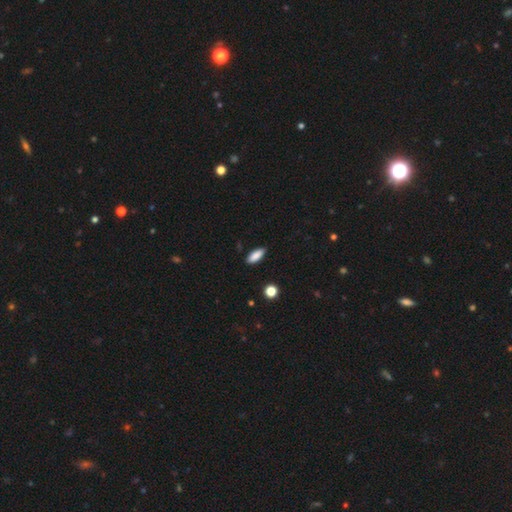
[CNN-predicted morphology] smooth-or-featured: smooth: 88% | star or artifact: 7% | featured or disk: 5%
  how-rounded: in between: 75% | cigar-shaped: 23% | round: 2%
  merging: none: 88% | minor disturbance: 9% | major disturbance: 2% | merger: 1%